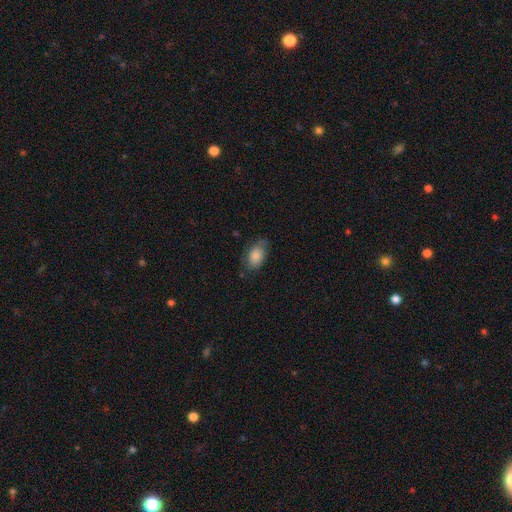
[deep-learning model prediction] Smooth or featured?
  - smooth: 80% *
  - featured or disk: 12%
  - star or artifact: 7%
How rounded?
  - in between: 89% *
  - round: 10%
  - cigar-shaped: 2%
Merging?
  - none: 65% *
  - minor disturbance: 26%
  - major disturbance: 8%
  - merger: 1%